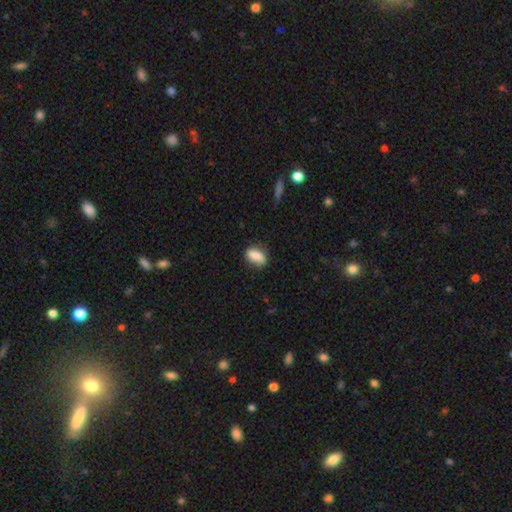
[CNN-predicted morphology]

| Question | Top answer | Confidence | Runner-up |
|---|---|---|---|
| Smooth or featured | smooth | 80% | featured or disk (12%) |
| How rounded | in between | 83% | round (11%) |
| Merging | none | 69% | minor disturbance (24%) |